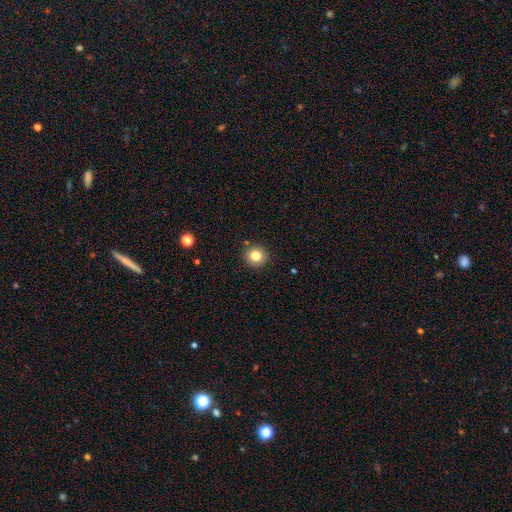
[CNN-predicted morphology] Smooth or featured? smooth (82%)
How rounded? round (89%)
Merging? none (90%)